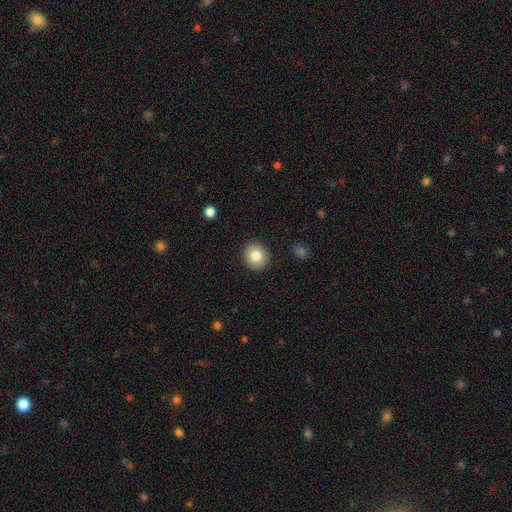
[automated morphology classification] Q: Smooth or featured?
A: smooth (84%); runner-up: star or artifact (8%)
Q: How rounded?
A: round (79%); runner-up: in between (20%)
Q: Merging?
A: none (90%); runner-up: minor disturbance (7%)